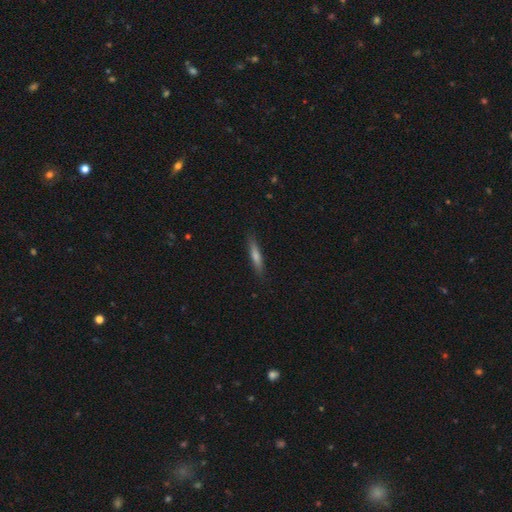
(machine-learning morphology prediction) Smooth or featured? smooth (62%)
How rounded? cigar-shaped (87%)
Merging? none (87%)